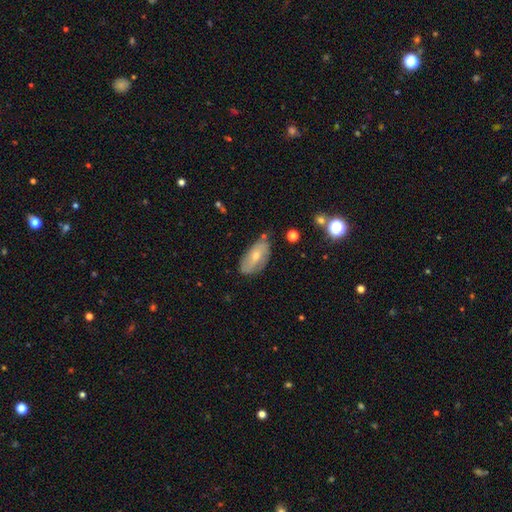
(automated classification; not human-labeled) This appears to be a smooth galaxy with no disk features (50%) that is in between round and cigar-shaped (89%). Merging: none (65%).